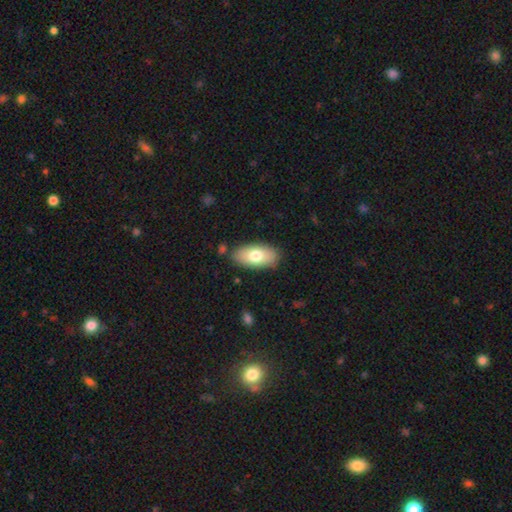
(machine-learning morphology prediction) Q: Smooth or featured?
A: smooth (74%); runner-up: featured or disk (20%)
Q: How rounded?
A: in between (92%); runner-up: cigar-shaped (5%)
Q: Merging?
A: none (84%); runner-up: minor disturbance (11%)